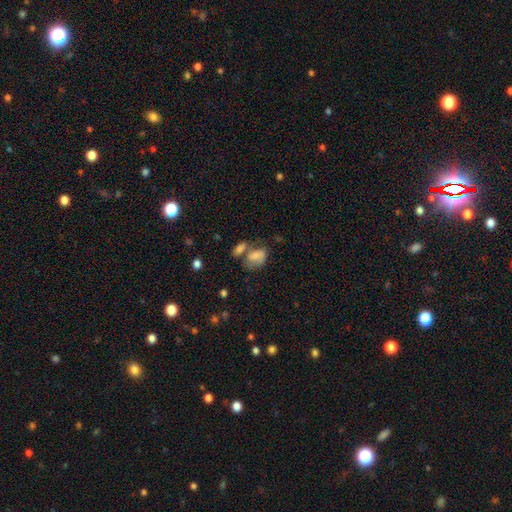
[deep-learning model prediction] Overall: smooth (58%; featured or disk 30%). How rounded: in between (77%). Merging: none (37%; merger 35%).